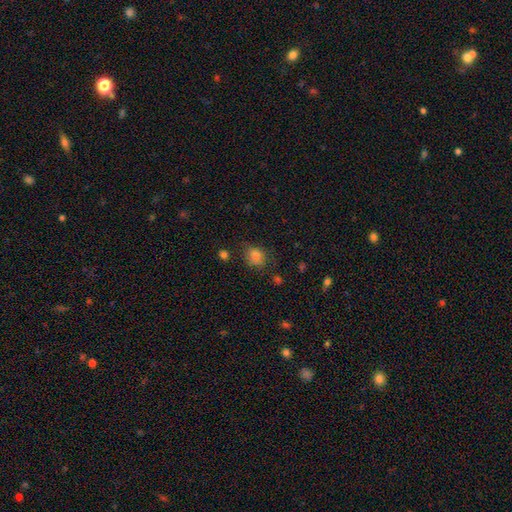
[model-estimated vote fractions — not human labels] This is likely a smooth galaxy (80%). How rounded: possibly round (56%). Merging: likely none (68%).